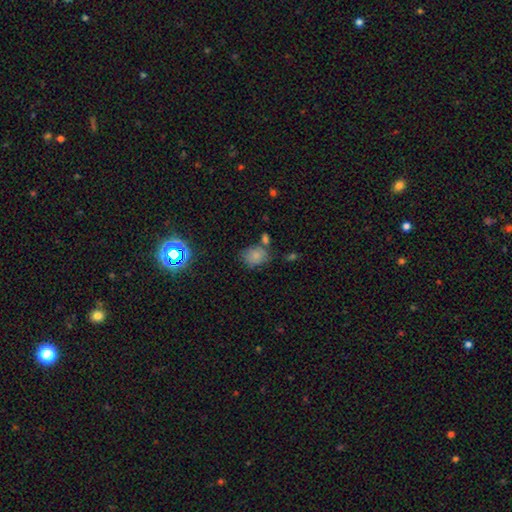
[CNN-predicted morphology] This appears to be a smooth galaxy with no disk features (77%) that is in between round and cigar-shaped (62%). Merging: none (51%).